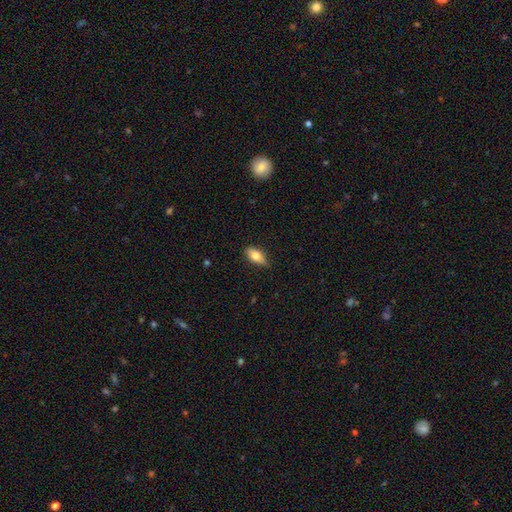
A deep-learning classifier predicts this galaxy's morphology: Smooth or featured? smooth (75%)
How rounded? in between (85%)
Merging? none (78%)